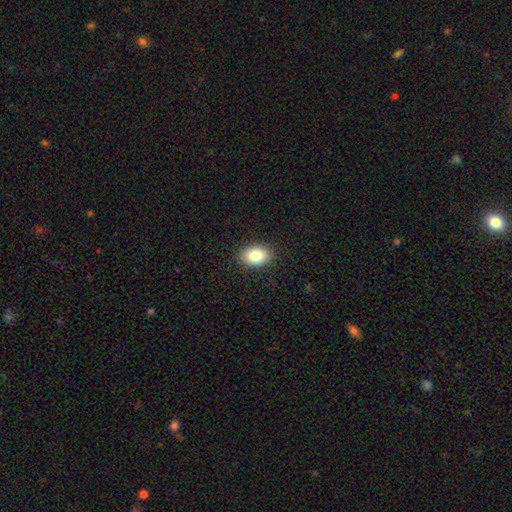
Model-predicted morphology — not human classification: smooth_or_featured: smooth (p=0.84) [alt: star or artifact p=0.08]
how_rounded: in between (p=0.83) [alt: round p=0.16]
merging: none (p=0.88) [alt: minor disturbance p=0.09]